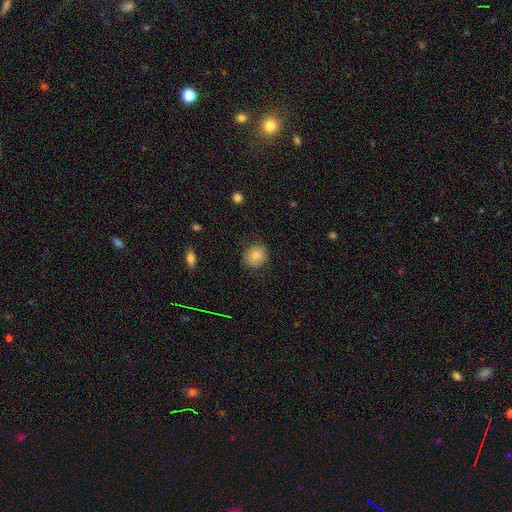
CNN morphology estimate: Q: Smooth or featured?
A: smooth (79%); runner-up: featured or disk (12%)
Q: How rounded?
A: round (83%); runner-up: in between (16%)
Q: Merging?
A: none (84%); runner-up: minor disturbance (12%)